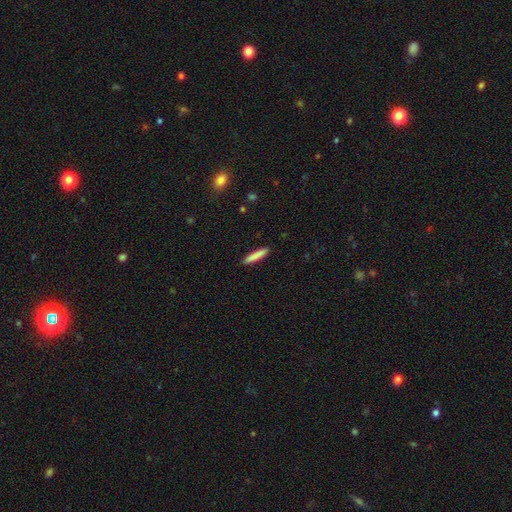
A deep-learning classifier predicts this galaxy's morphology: Q: Smooth or featured?
A: smooth (84%); runner-up: featured or disk (10%)
Q: How rounded?
A: cigar-shaped (92%); runner-up: in between (7%)
Q: Merging?
A: none (91%); runner-up: minor disturbance (6%)